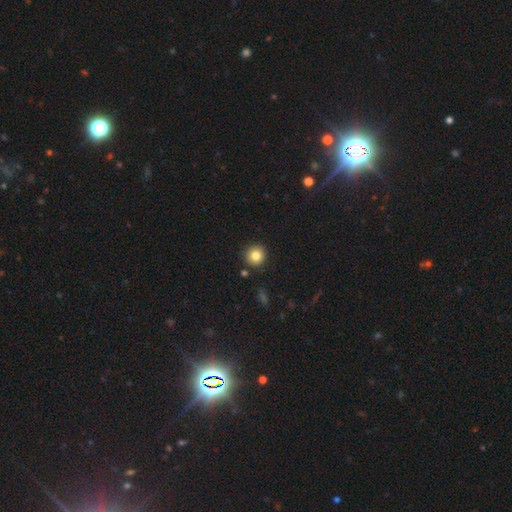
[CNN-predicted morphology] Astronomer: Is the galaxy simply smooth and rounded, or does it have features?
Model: smooth — 82%.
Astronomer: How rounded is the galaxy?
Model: round — 94%.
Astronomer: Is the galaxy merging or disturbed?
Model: none — 89%.